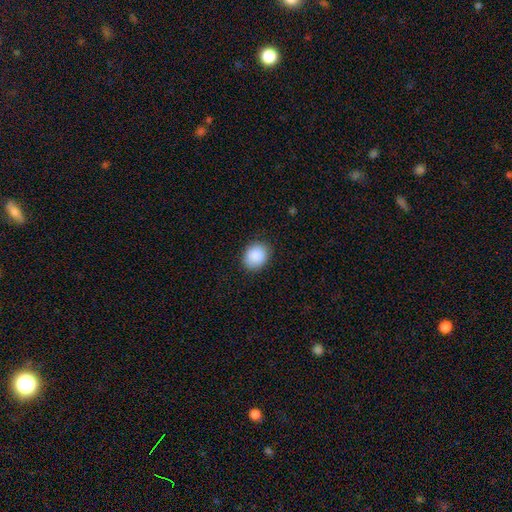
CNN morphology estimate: A smooth galaxy with no disk features (90%) that is round (57%). Merging: none (86%).